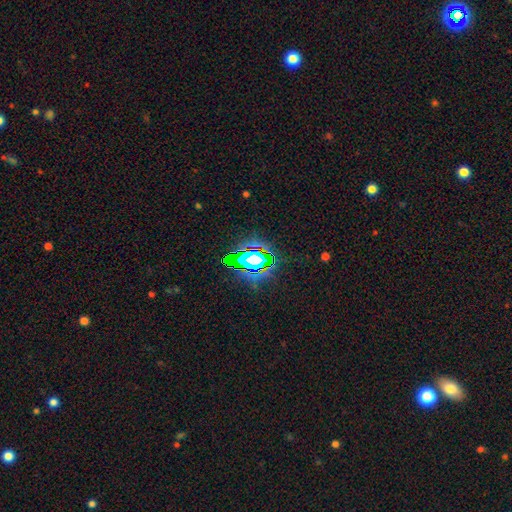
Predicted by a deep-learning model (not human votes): smooth-or-featured: star or artifact: 76% | smooth: 12% | featured or disk: 11%